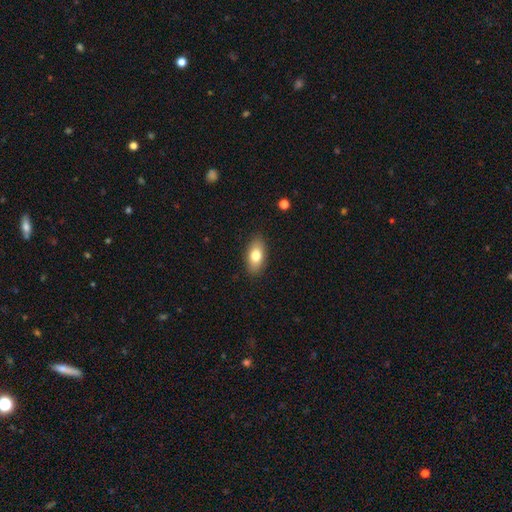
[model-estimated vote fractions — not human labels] smooth_or_featured: smooth (p=0.78) [alt: featured or disk p=0.15]
how_rounded: in between (p=0.90) [alt: cigar-shaped p=0.06]
merging: none (p=0.88) [alt: minor disturbance p=0.08]